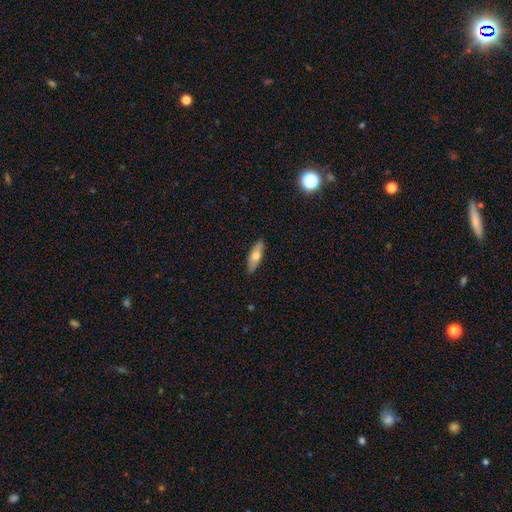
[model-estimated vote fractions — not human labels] smooth-or-featured: smooth: 67% | featured or disk: 27% | star or artifact: 6%
  how-rounded: in between: 60% | cigar-shaped: 38% | round: 2%
  merging: none: 87% | minor disturbance: 10% | major disturbance: 2% | merger: 1%